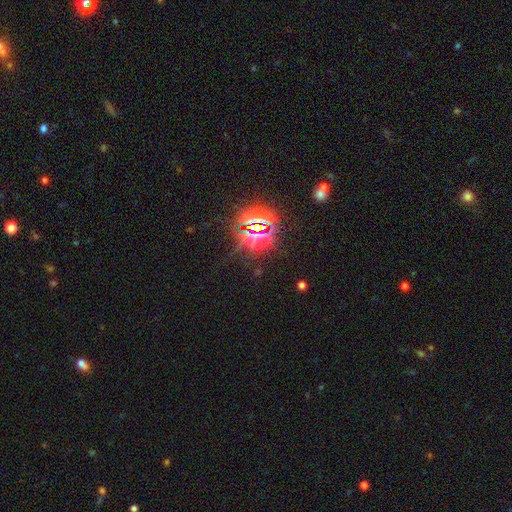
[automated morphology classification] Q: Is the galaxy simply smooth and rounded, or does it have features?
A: star or artifact — 81%.